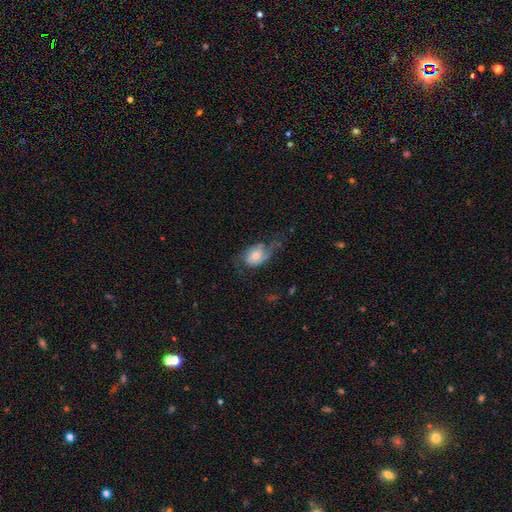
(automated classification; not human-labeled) Morphology: type=featured or disk (49%); merging=none (38%).